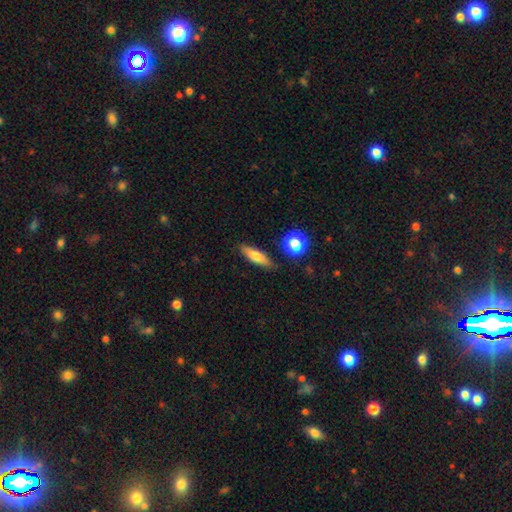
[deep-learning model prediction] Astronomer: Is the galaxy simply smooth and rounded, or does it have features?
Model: smooth — 73%.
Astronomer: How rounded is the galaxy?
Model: cigar-shaped — 55% (runner-up: in between, 41%).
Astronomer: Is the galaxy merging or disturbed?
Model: none — 83%.